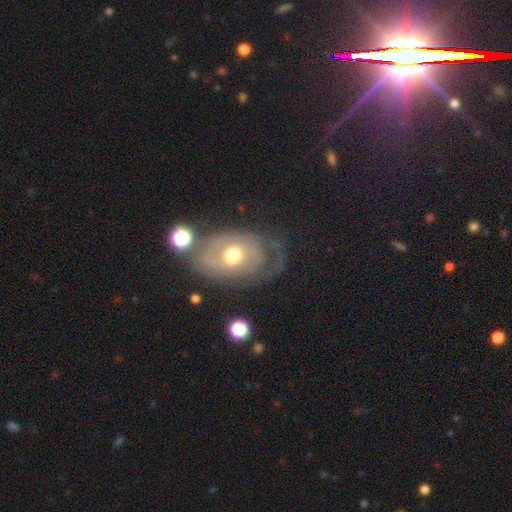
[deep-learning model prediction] Smooth or featured: featured or disk — 73% (smooth — 17%)
Edge-on disk: no — 95% (yes — 5%)
Bar: no — 72% (weak — 22%)
Spiral arms: yes — 72% (no — 28%)
Spiral winding: tight — 56% (medium — 30%)
Spiral arm count: 2 — 38% (tied with can't tell — 38%)
Bulge size: moderate — 75% (small — 15%)
Merging: none — 55% (minor disturbance — 22%)